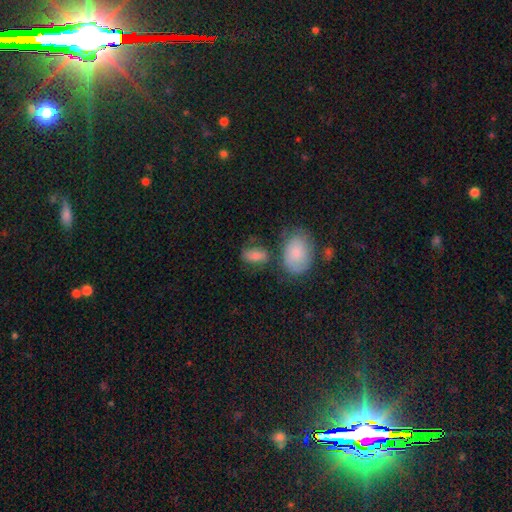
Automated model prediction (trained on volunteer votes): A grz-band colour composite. It shows a smooth galaxy with no disk features (75%) that is in between round and cigar-shaped (84%). Merging: none (55%).